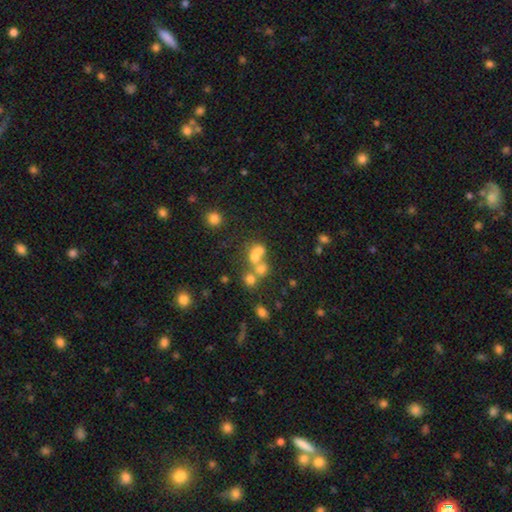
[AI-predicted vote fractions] Q: Smooth or featured?
A: smooth (56%); runner-up: featured or disk (22%)
Q: How rounded?
A: round (68%); runner-up: in between (30%)
Q: Merging?
A: merger (52%); runner-up: none (33%)